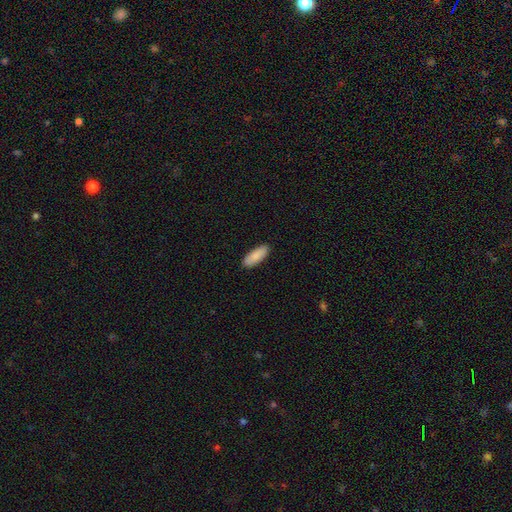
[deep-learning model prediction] Smooth or featured? smooth (89%)
How rounded? in between (72%)
Merging? none (90%)